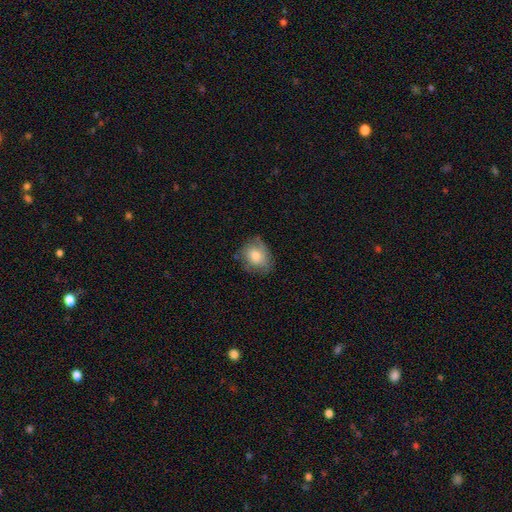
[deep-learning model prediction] The model was most divided on "how rounded": round: 53%, in between: 46%, cigar-shaped: 1%. More confident: smooth or featured — smooth (75%); merging — none (62%).